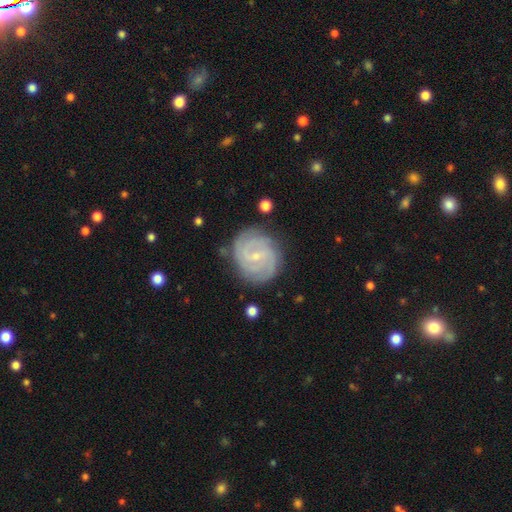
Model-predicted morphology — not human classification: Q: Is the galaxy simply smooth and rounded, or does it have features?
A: featured or disk — 86%.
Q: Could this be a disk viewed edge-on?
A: no — 98%.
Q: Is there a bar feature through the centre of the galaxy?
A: weak — 56%.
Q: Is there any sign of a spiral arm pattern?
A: yes — 97%.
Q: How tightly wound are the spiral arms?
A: tight — 63%.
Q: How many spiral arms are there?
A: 2 — 35%.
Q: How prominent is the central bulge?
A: small — 79%.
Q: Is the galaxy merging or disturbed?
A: none — 81%.